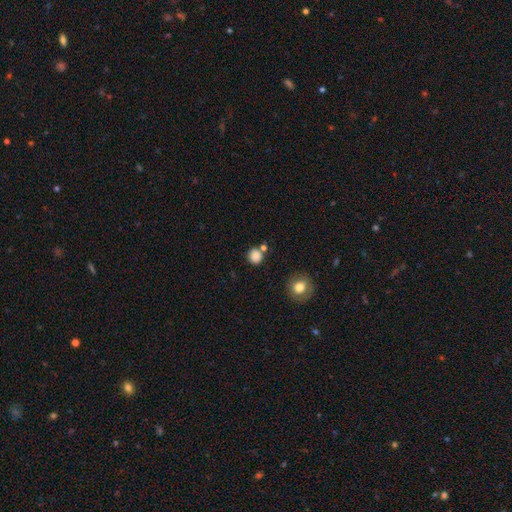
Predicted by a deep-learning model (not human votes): Morphology: type=smooth (84%); roundness=round (88%); merging=none (73%).